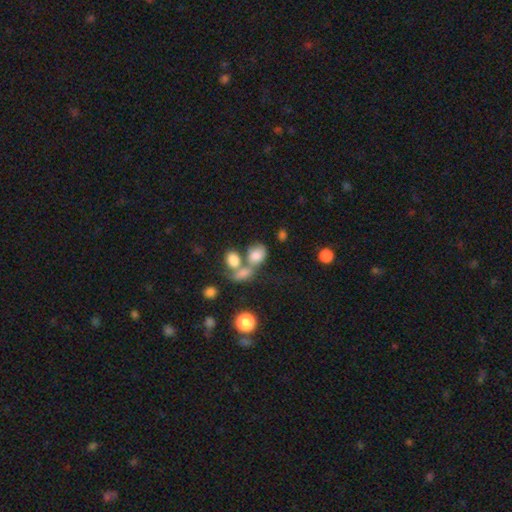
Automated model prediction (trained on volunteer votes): This is likely a smooth galaxy (73%). How rounded: likely in between (65%). Merging: possibly merger (53%).